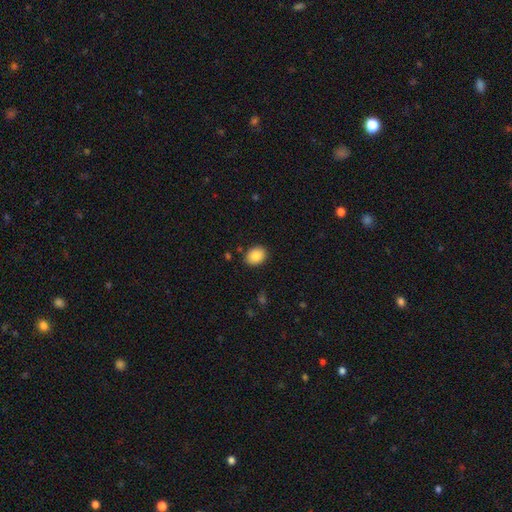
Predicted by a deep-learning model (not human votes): This appears to be a smooth galaxy with no disk features (85%) that is in between round and cigar-shaped (56%). Merging: none (86%).